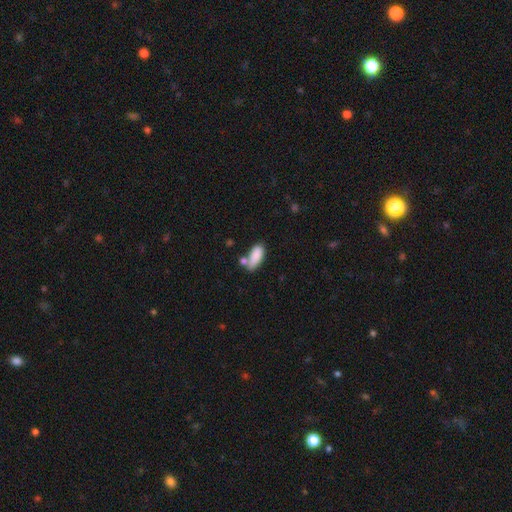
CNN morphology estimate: Overall: smooth (84%). How rounded: in between (79%). Merging: none (47%; merger 27%).